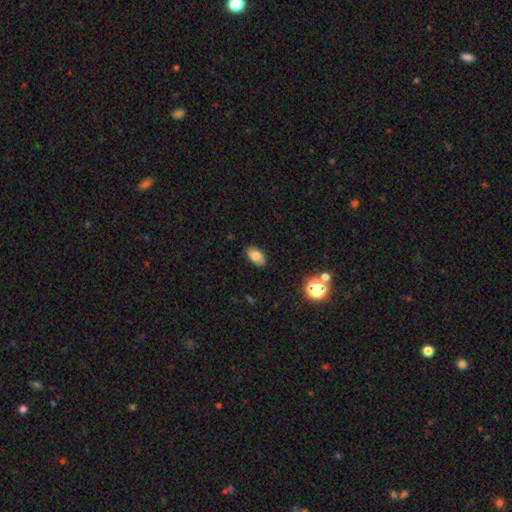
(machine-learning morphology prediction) smooth 80%, star or artifact 10%, featured or disk 10%. Down the decision tree: how rounded — in between (92%); merging — none (85%).